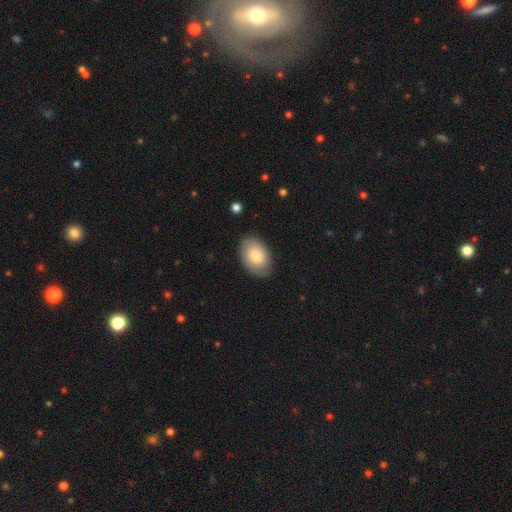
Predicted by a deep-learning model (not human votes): Smooth or featured? smooth (76%)
How rounded? in between (87%)
Merging? none (80%)